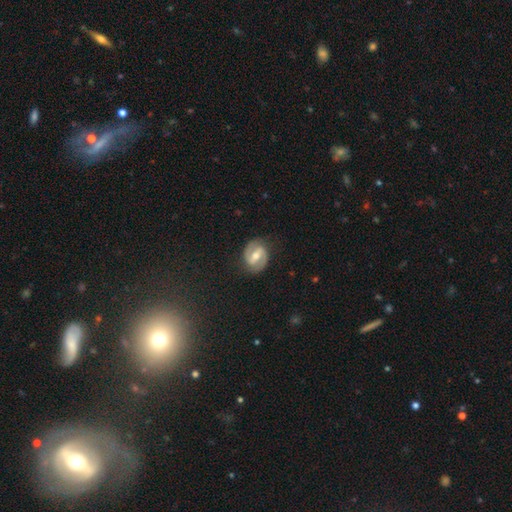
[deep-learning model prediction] The model was most divided on "bar" (2-way tie): weak: 43%, strong: 43%, no: 14%. Remaining: edge-on disk — no (97%); spiral arm count — 2 (91%); spiral arms — yes (90%); merging — none (84%); smooth or featured — featured or disk (79%); bulge size — moderate (68%); spiral winding — medium (49%).